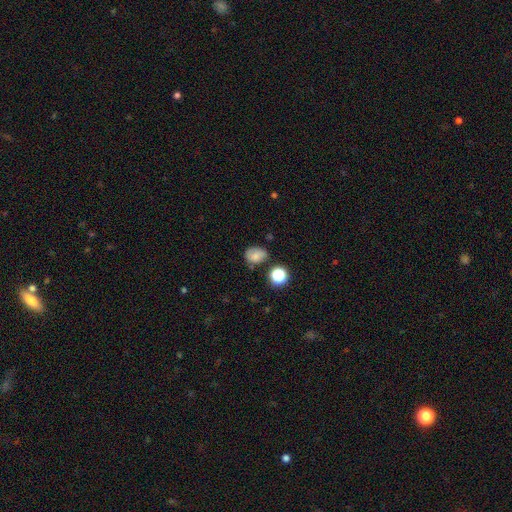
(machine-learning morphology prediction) This is likely a smooth galaxy (72%). How rounded: possibly in between (53%). Merging: likely none (65%).